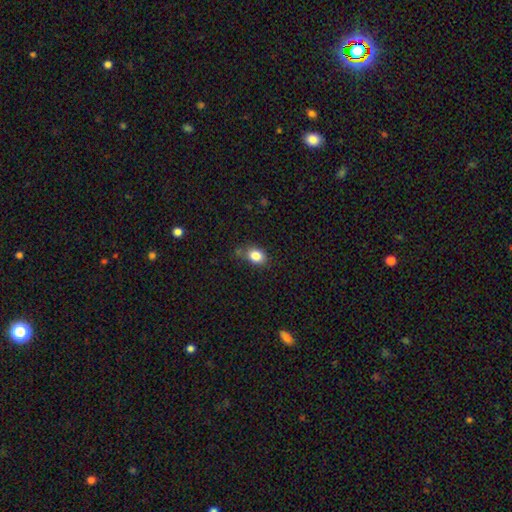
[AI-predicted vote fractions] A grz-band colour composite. It shows a smooth galaxy with no disk features (84%) that is in between round and cigar-shaped (67%). Merging: none (68%).